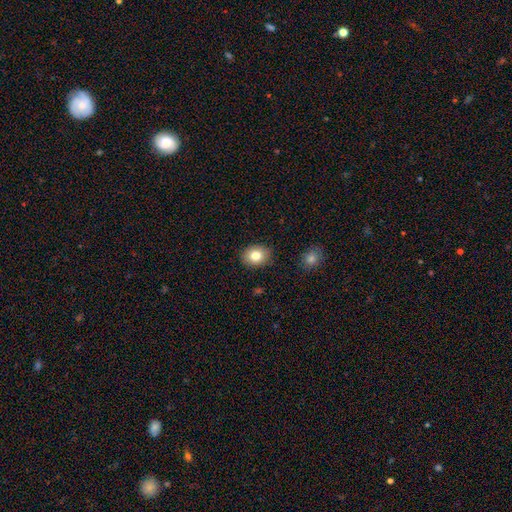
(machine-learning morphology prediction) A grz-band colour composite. It shows a smooth galaxy with no disk features (81%) that is round (54%). Merging: none (89%).